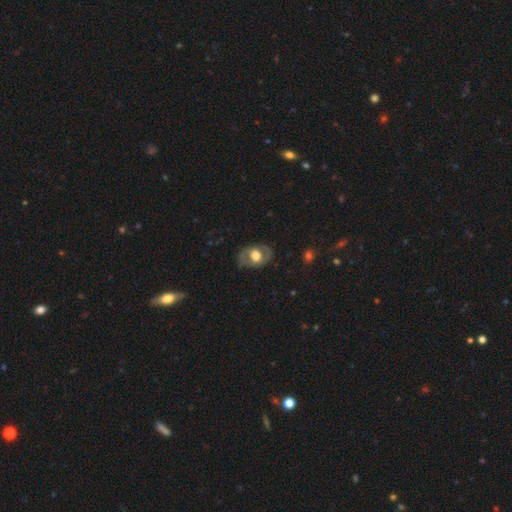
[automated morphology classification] This appears to be a featured or disk galaxy (55%) with no bar (70%), no spiral arms (60%) and a large central bulge (48%). Merging: none (76%).